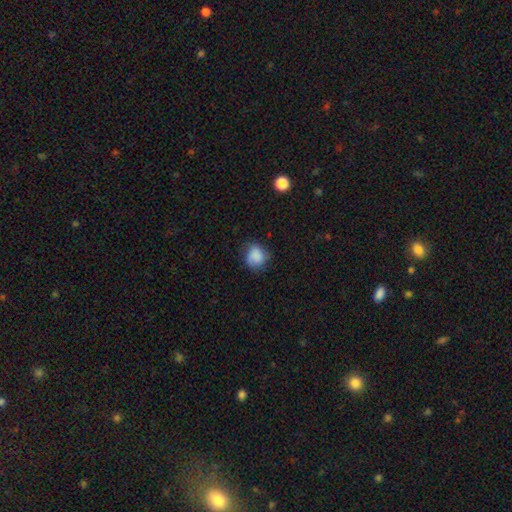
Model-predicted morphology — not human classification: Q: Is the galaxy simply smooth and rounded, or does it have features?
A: smooth — 83%.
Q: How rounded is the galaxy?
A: round — 72%.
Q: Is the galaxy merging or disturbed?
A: none — 67%.